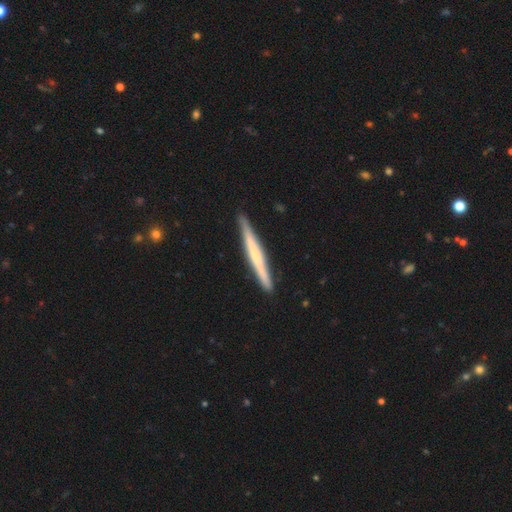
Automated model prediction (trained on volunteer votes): The model was most divided on "smooth or featured": featured or disk: 54%, smooth: 41%, star or artifact: 5%. More confident: edge-on disk — yes (97%); merging — none (91%); edge-on bulge — none (64%).